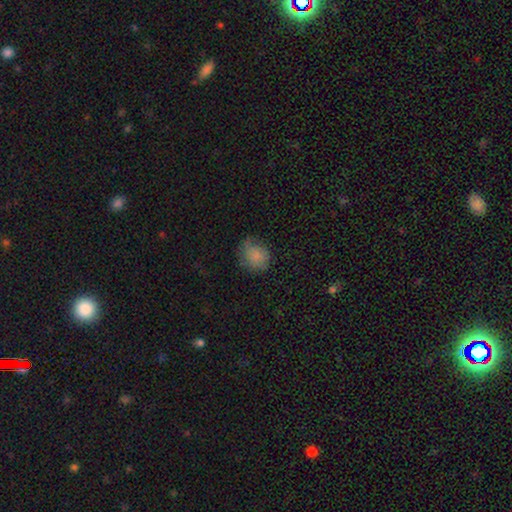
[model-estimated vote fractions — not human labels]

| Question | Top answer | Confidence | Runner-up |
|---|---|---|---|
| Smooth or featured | smooth | 79% | featured or disk (11%) |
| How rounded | round | 70% | in between (29%) |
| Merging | none | 60% | minor disturbance (28%) |